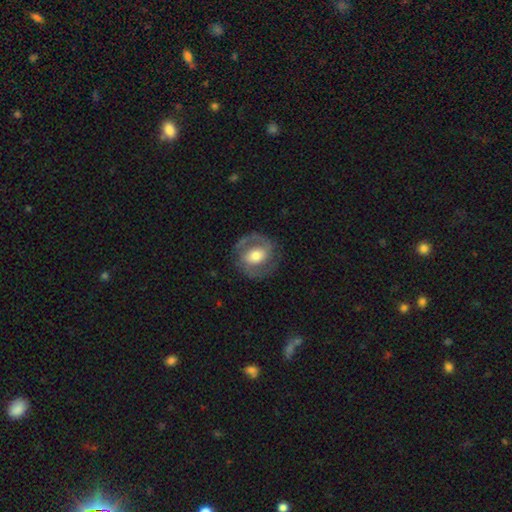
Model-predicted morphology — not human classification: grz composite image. It shows a featured or disk galaxy (66%) with no bar (41%), spiral arms (76%) and a moderate central bulge (62%). Merging: none (76%).